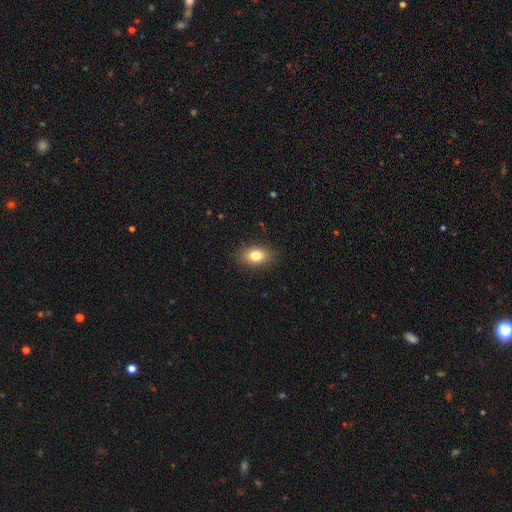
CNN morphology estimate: The model was most divided on "how rounded": in between: 80%, round: 17%, cigar-shaped: 2%. More confident: merging — none (87%); smooth or featured — smooth (80%).